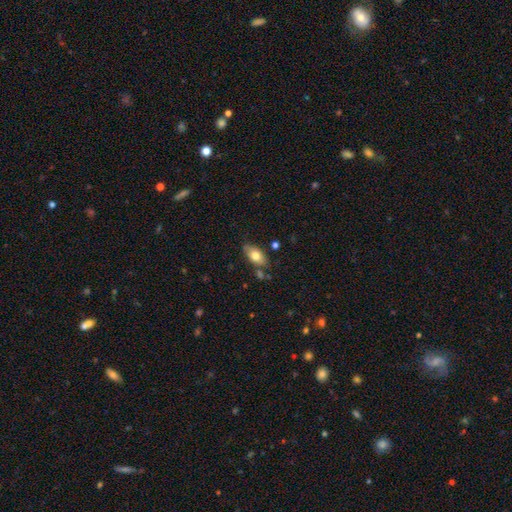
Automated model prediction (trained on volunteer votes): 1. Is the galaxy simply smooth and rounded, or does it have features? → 73% smooth, 20% featured or disk, 7% star or artifact.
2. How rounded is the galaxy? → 90% in between, 6% cigar-shaped, 4% round.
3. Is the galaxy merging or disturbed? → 72% none, 17% minor disturbance, 7% merger, 4% major disturbance.